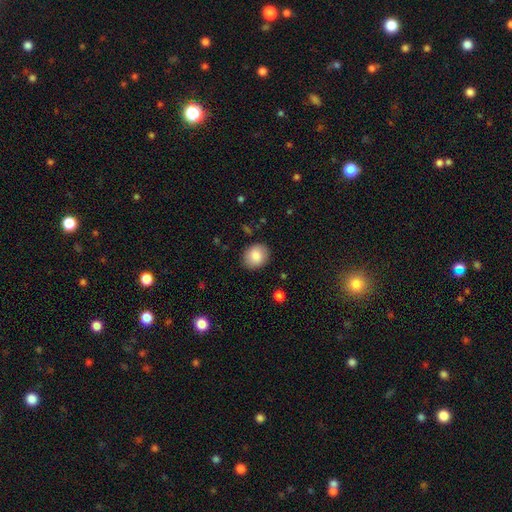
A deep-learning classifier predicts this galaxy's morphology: A smooth galaxy with no disk features (85%) that is round (59%).

Vote fractions:
- Smooth or featured? smooth: 85% / star or artifact: 7% / featured or disk: 7%
- How rounded? round: 59% / in between: 40% / cigar-shaped: 1%
- Merging? none: 87% / minor disturbance: 9% / major disturbance: 3% / merger: 1%